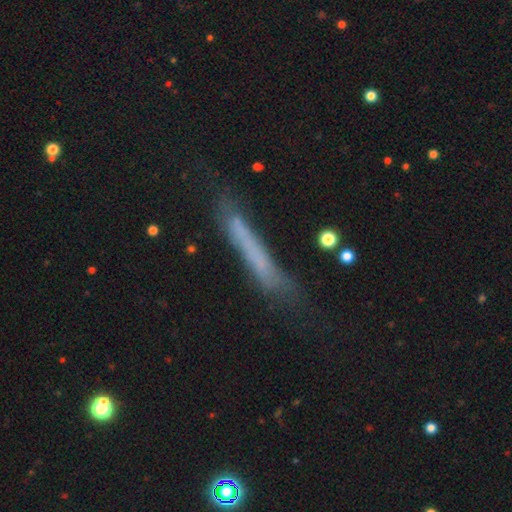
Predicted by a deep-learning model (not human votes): Overall: smooth (54%; featured or disk 35%). How rounded: cigar-shaped (94%). Merging: none (58%; minor disturbance 25%).